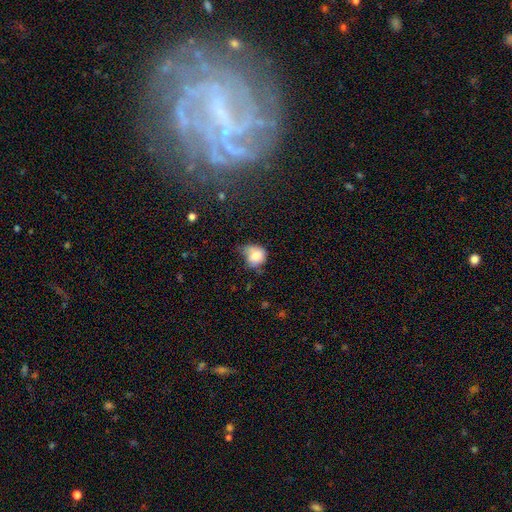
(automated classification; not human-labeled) smooth-or-featured: smooth: 76% | featured or disk: 15% | star or artifact: 10%
  how-rounded: round: 63% | in between: 36% | cigar-shaped: 1%
  merging: minor disturbance: 40% | none: 30% | major disturbance: 21% | merger: 8%